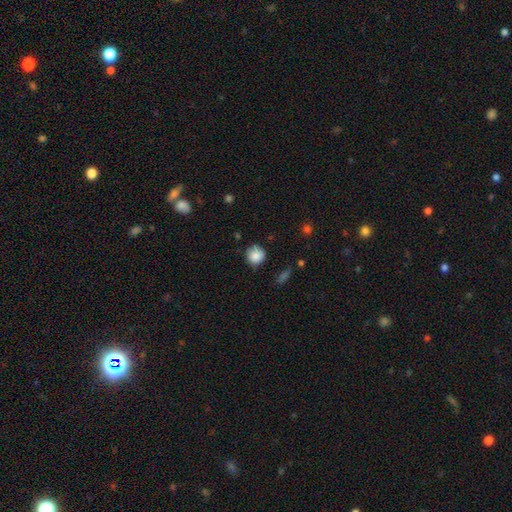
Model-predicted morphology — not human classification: smooth 86%, star or artifact 9%, featured or disk 5%. Down the decision tree: how rounded — round (89%); merging — none (76%).